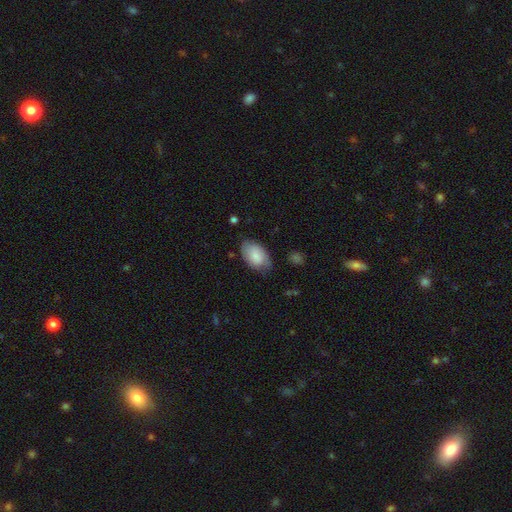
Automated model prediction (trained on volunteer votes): Smooth or featured?
  - smooth: 79% *
  - featured or disk: 15%
  - star or artifact: 6%
How rounded?
  - in between: 92% *
  - round: 7%
  - cigar-shaped: 1%
Merging?
  - none: 66% *
  - minor disturbance: 27%
  - major disturbance: 6%
  - merger: 2%